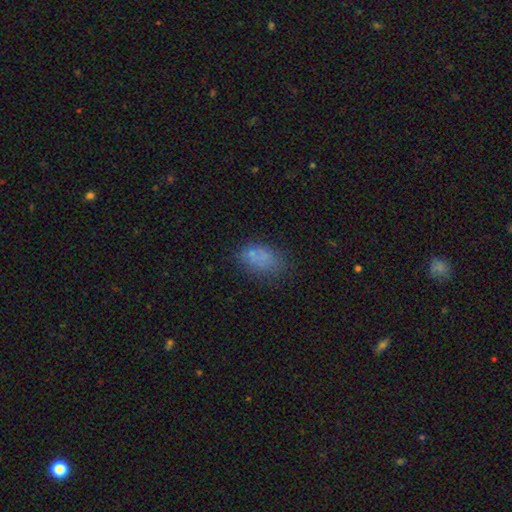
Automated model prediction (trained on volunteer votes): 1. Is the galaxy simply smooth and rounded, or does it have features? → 66% smooth, 18% featured or disk, 16% star or artifact.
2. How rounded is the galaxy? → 86% in between, 11% round, 3% cigar-shaped.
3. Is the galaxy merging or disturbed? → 57% none, 23% minor disturbance, 13% major disturbance, 8% merger.